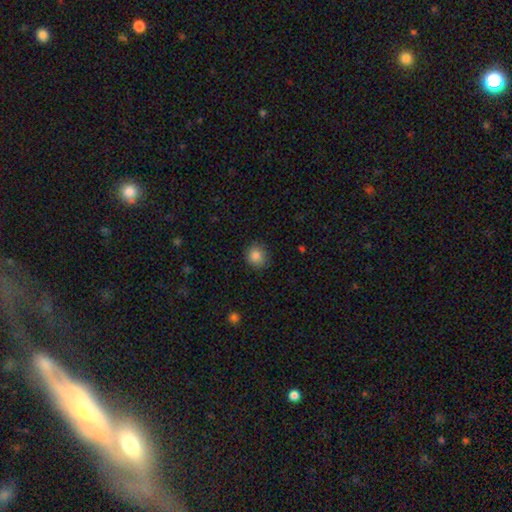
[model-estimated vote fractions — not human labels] smooth-or-featured: smooth: 86% | star or artifact: 10% | featured or disk: 4%
  how-rounded: round: 86% | in between: 13% | cigar-shaped: 1%
  merging: none: 84% | minor disturbance: 12% | major disturbance: 3% | merger: 1%